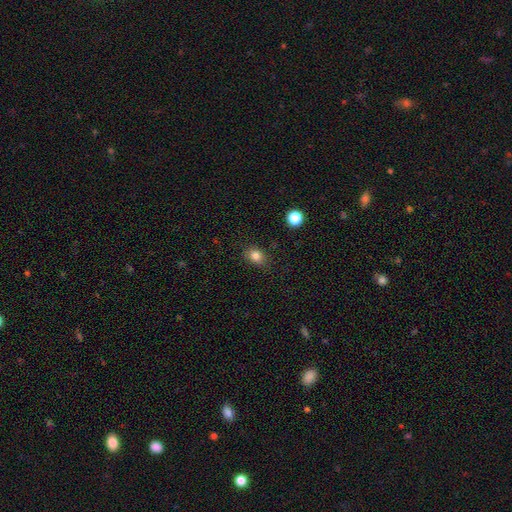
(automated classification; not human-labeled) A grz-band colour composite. It shows a smooth galaxy with no disk features (83%) that is in between round and cigar-shaped (59%). Merging: none (84%).